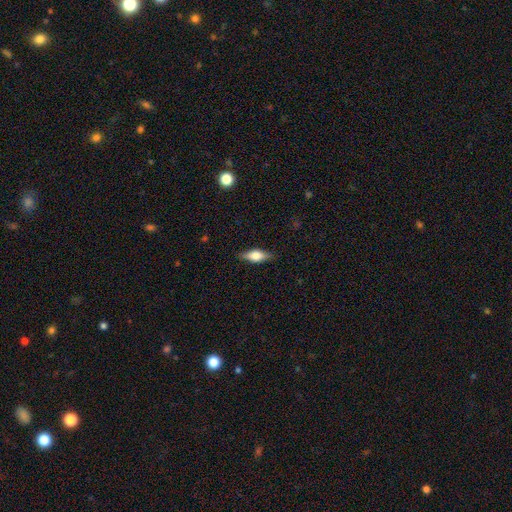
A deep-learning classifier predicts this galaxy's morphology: Smooth or featured: smooth — 50% (featured or disk — 43%)
Merging: none — 85% (minor disturbance — 11%)